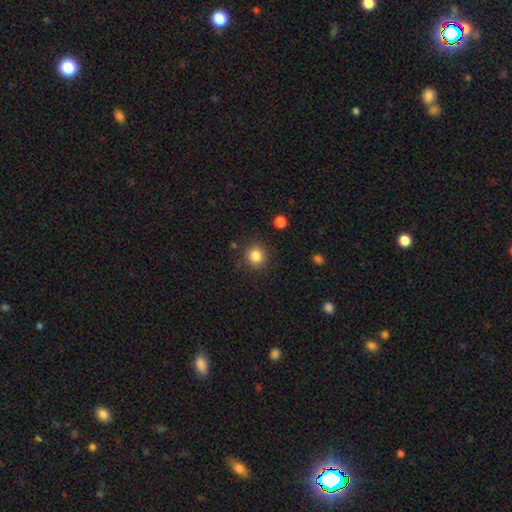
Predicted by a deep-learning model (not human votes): Smooth or featured? smooth (84%)
How rounded? round (93%)
Merging? none (88%)